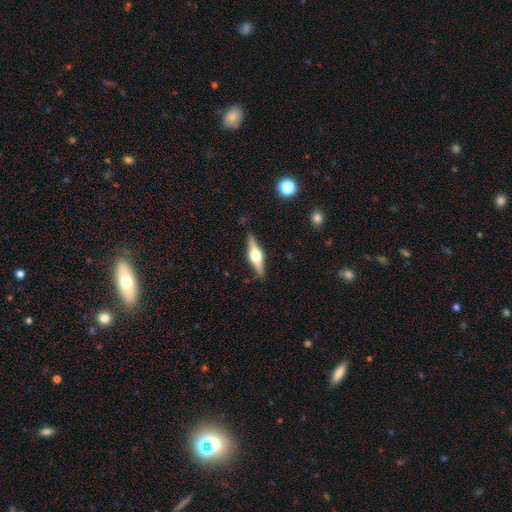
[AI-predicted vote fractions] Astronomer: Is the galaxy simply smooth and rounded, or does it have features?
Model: featured or disk — 73%.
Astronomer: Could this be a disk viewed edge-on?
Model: yes — 97%.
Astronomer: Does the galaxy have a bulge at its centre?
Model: rounded — 94%.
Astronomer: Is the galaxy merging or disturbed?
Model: none — 88%.